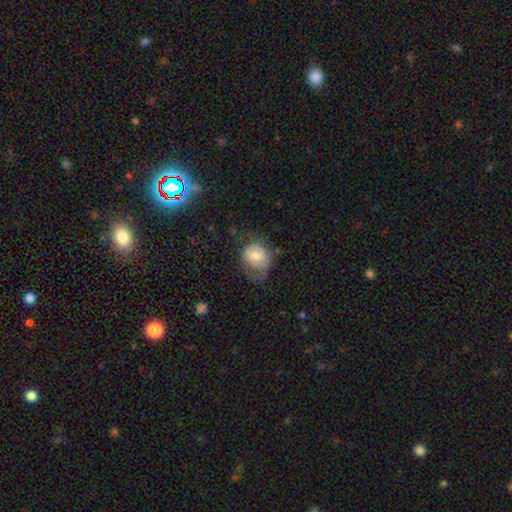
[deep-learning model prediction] This appears to be a smooth galaxy with no disk features (55%) that is round (59%). Merging: major disturbance (35%).